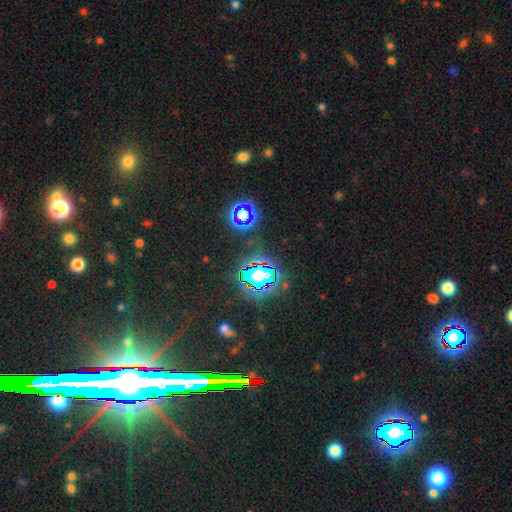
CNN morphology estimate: Smooth or featured?
  - star or artifact: 79% *
  - smooth: 12%
  - featured or disk: 9%